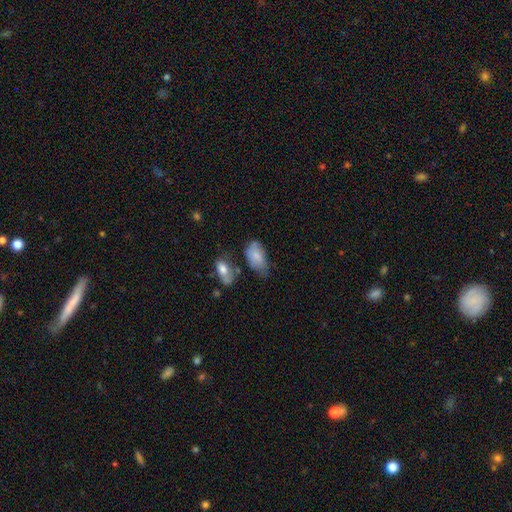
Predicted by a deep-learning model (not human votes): This is likely a smooth galaxy (77%). How rounded: clearly in between (92%). Merging: marginally minor disturbance (39%).